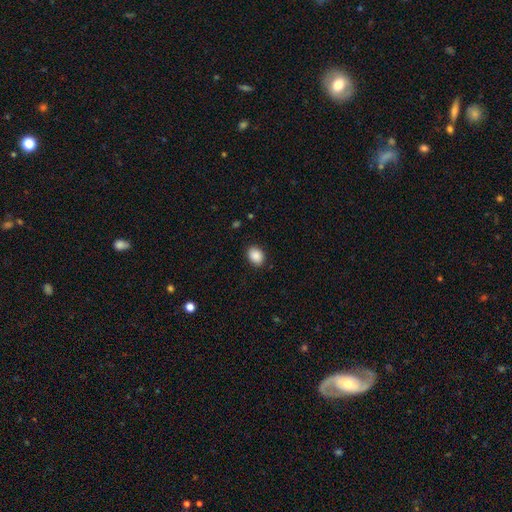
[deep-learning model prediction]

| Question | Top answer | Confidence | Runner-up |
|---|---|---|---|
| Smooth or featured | smooth | 89% | star or artifact (8%) |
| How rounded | in between | 68% | round (31%) |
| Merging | none | 88% | minor disturbance (9%) |